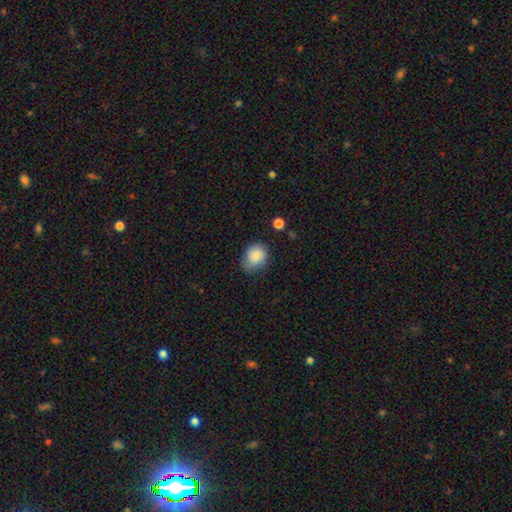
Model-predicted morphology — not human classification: This appears to be a smooth galaxy with no disk features (80%) that is round (55%). Merging: none (65%).